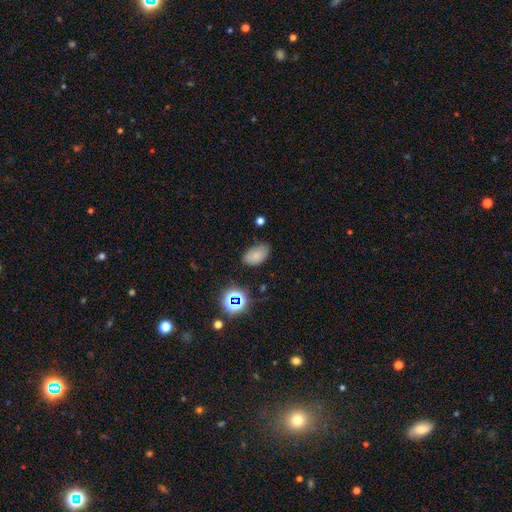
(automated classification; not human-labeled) smooth-or-featured: smooth: 76% | star or artifact: 15% | featured or disk: 9%
  how-rounded: in between: 91% | round: 7% | cigar-shaped: 1%
  merging: none: 77% | minor disturbance: 17% | major disturbance: 4% | merger: 2%